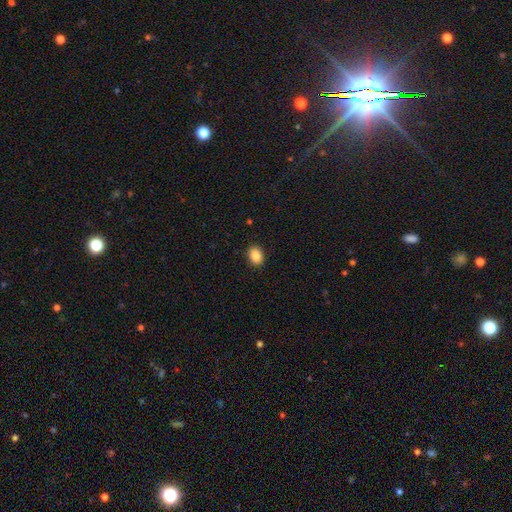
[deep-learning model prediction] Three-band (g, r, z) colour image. It shows a smooth galaxy with no disk features (89%) that is in between round and cigar-shaped (76%). Merging: none (90%).